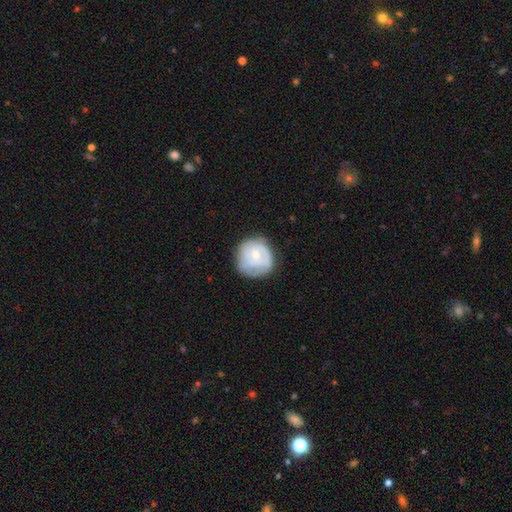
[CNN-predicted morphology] Smooth or featured?
  - featured or disk: 57% *
  - smooth: 38%
  - star or artifact: 6%
Edge-on disk?
  - no: 98% *
  - yes: 2%
Bar?
  - no: 80% *
  - weak: 17%
  - strong: 3%
Spiral arms?
  - yes: 63% *
  - no: 37%
Bulge size?
  - moderate: 56% *
  - small: 39%
  - large: 3%
  - none: 2%
  - dominant: 1%
Merging?
  - none: 65% *
  - minor disturbance: 23%
  - major disturbance: 10%
  - merger: 2%